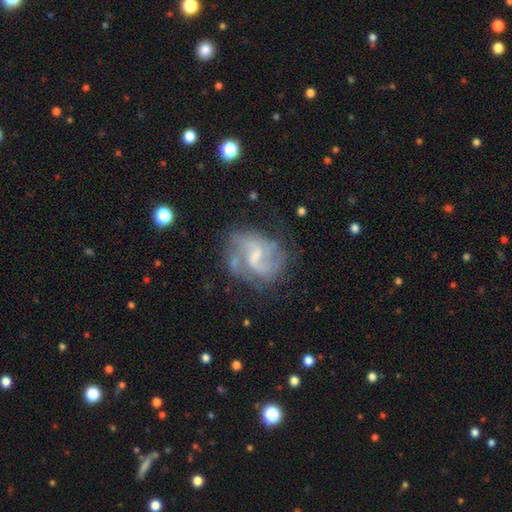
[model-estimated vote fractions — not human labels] Q: Smooth or featured?
A: featured or disk (84%); runner-up: smooth (9%)
Q: Edge-on disk?
A: no (98%); runner-up: yes (2%)
Q: Bar?
A: weak (61%); runner-up: no (22%)
Q: Spiral arms?
A: yes (94%); runner-up: no (6%)
Q: Spiral winding?
A: medium (51%); runner-up: loose (29%)
Q: Spiral arm count?
A: 2 (71%); runner-up: can't tell (12%)
Q: Bulge size?
A: small (45%); runner-up: moderate (29%)
Q: Merging?
A: none (65%); runner-up: minor disturbance (19%)